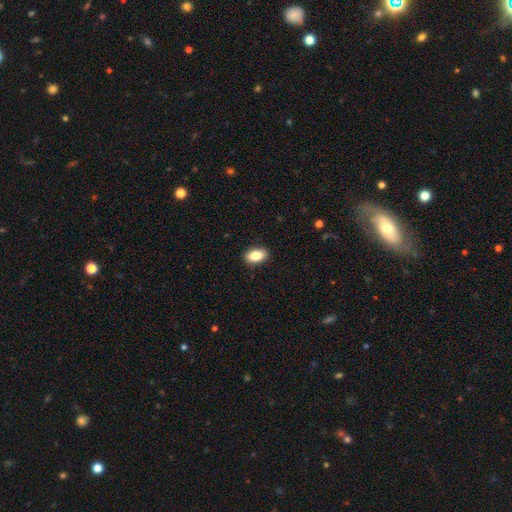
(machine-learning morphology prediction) Smooth or featured: smooth — 85% (featured or disk — 8%)
How rounded: in between — 92% (round — 6%)
Merging: none — 90% (minor disturbance — 8%)